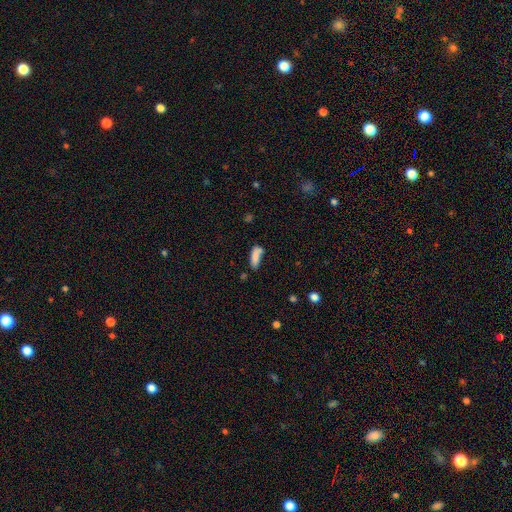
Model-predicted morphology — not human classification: A smooth galaxy with no disk features (82%) that is in between round and cigar-shaped (64%). Merging: none (50%).